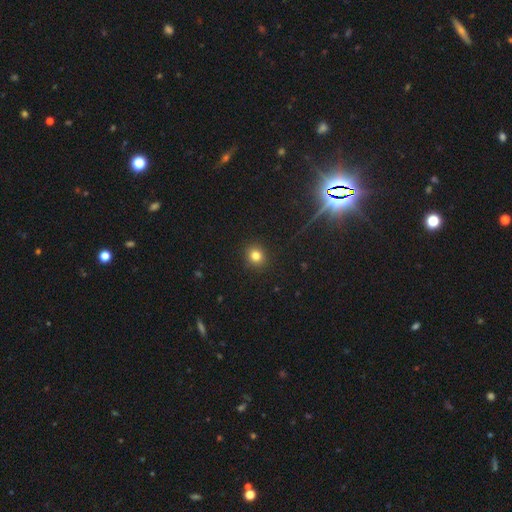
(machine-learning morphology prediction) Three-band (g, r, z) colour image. It shows a smooth galaxy with no disk features (80%) that is round (87%). Merging: none (92%).